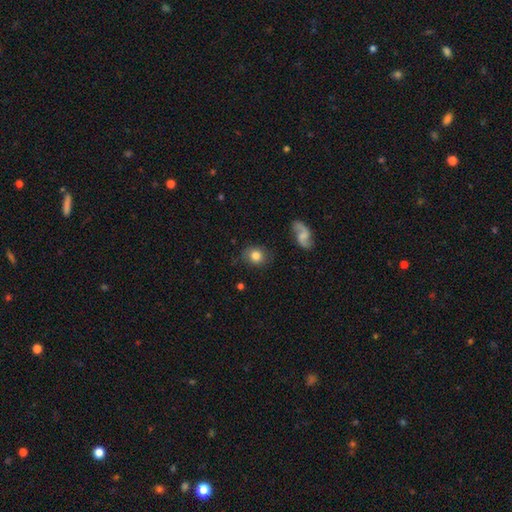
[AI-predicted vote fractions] Smooth or featured?
  - smooth: 78% *
  - featured or disk: 14%
  - star or artifact: 8%
How rounded?
  - round: 69% *
  - in between: 30%
  - cigar-shaped: 1%
Merging?
  - none: 79% *
  - minor disturbance: 15%
  - major disturbance: 4%
  - merger: 2%